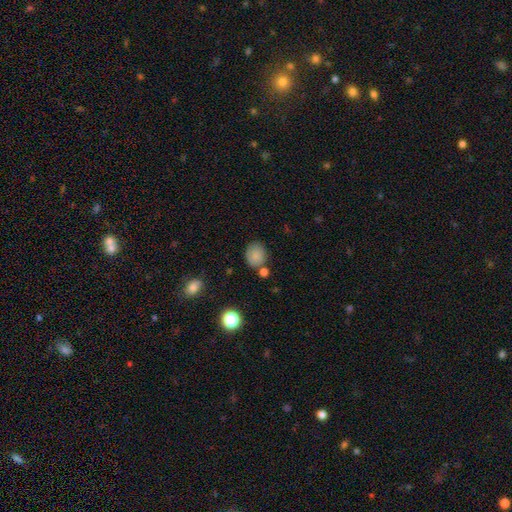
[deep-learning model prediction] Overall: smooth (83%). How rounded: round (59%; in between 40%). Merging: none (73%).